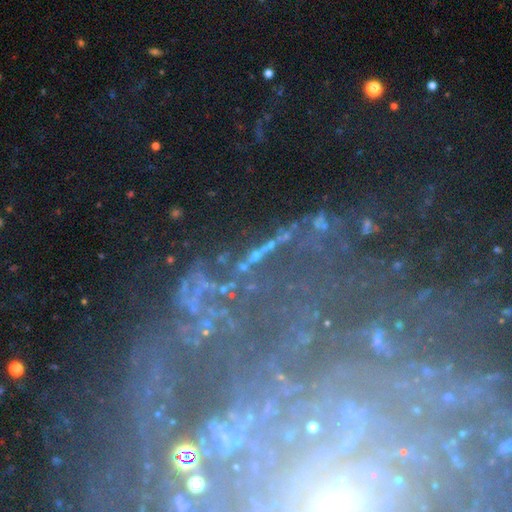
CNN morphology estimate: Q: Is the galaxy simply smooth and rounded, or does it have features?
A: star or artifact — 42%.